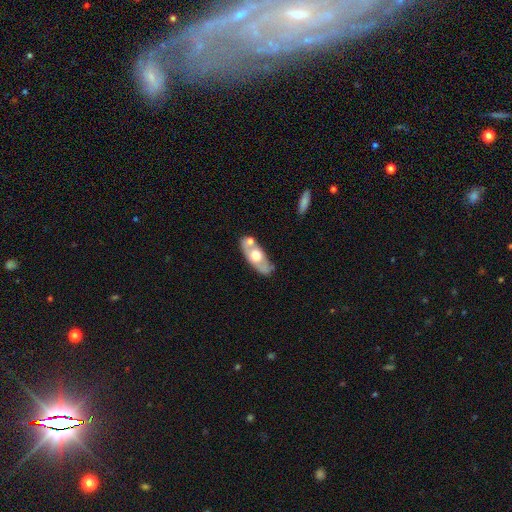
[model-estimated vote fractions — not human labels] This is possibly a featured or disk galaxy (51%). It is likely not viewed edge-on (70%). Merging: possibly none (54%).